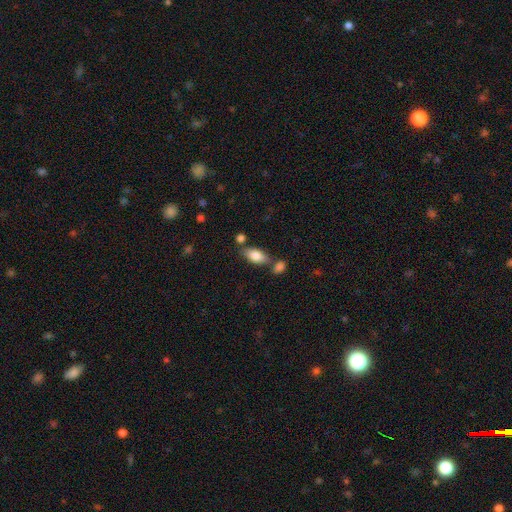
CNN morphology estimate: Smooth or featured? Predicted: smooth (p=0.83). How rounded? Predicted: in between (p=0.89). Merging? Predicted: none (p=0.65).